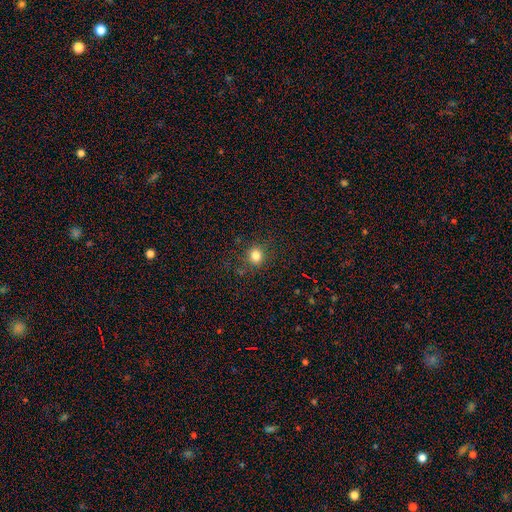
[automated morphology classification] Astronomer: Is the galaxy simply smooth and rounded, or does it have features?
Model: smooth — 81%.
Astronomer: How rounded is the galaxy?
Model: round — 86%.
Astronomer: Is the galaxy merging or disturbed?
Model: none — 85%.